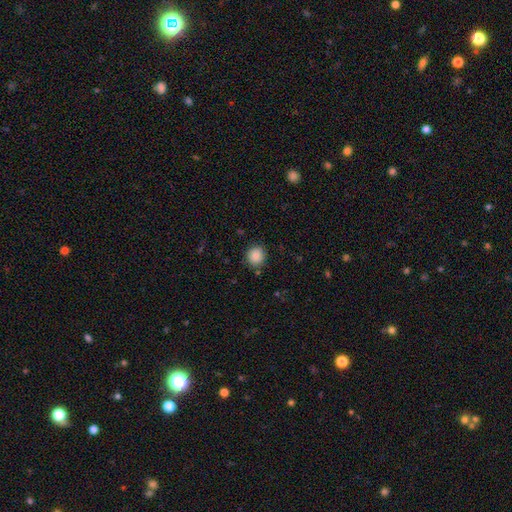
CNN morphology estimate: Smooth or featured? smooth (87%)
How rounded? round (85%)
Merging? none (87%)